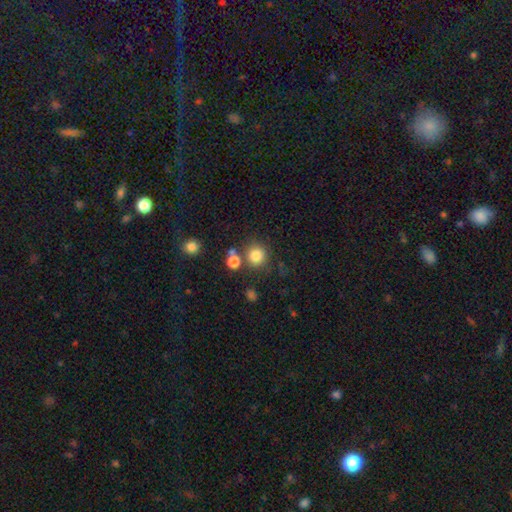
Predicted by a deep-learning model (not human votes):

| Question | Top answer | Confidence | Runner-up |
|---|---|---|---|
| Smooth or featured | smooth | 82% | star or artifact (13%) |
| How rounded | round | 91% | in between (8%) |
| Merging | none | 76% | merger (12%) |